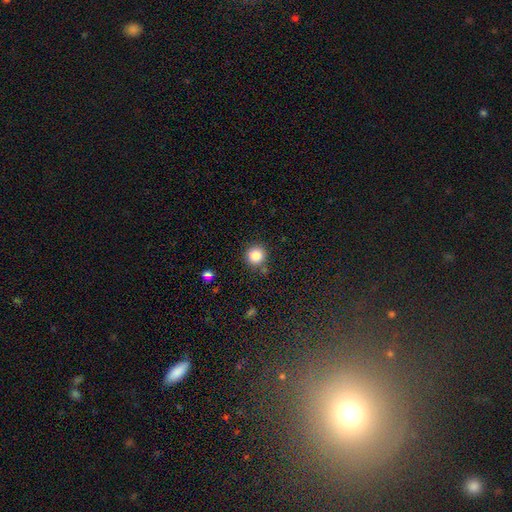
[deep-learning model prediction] A smooth galaxy with no disk features (85%) that is round (94%).

Vote fractions:
- Smooth or featured? smooth: 85% / star or artifact: 10% / featured or disk: 4%
- How rounded? round: 94% / in between: 5% / cigar-shaped: 1%
- Merging? none: 85% / minor disturbance: 8% / merger: 4% / major disturbance: 3%